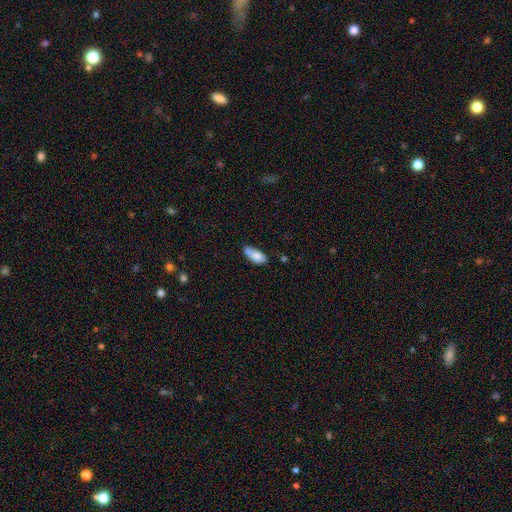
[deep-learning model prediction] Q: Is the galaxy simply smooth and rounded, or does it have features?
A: smooth — 82%.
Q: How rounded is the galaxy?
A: in between — 84%.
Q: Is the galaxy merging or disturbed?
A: none — 51%.